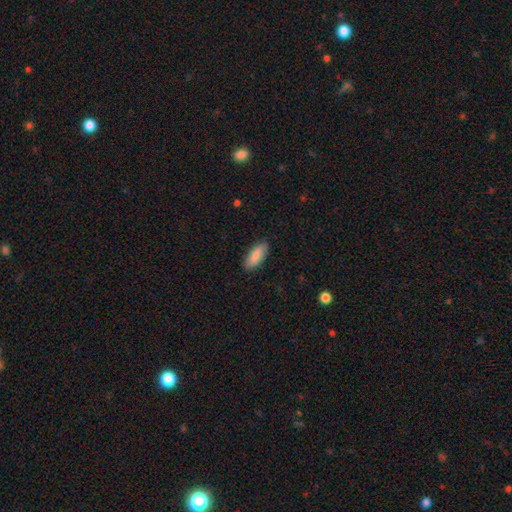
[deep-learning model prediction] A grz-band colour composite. It shows a smooth galaxy with no disk features (86%) that is in between round and cigar-shaped (80%). Merging: none (87%).